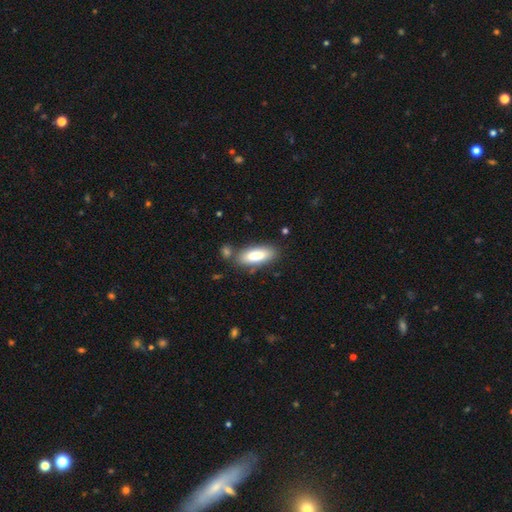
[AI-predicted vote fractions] The model was most divided on "how rounded": in between: 69%, cigar-shaped: 29%, round: 2%. More confident: smooth or featured — smooth (81%); merging — none (74%).